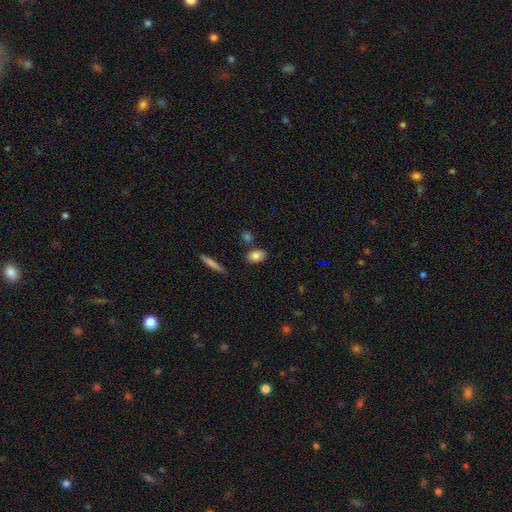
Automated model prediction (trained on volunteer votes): Smooth or featured? Predicted: smooth (p=0.81). How rounded? Predicted: in between (p=0.86). Merging? Predicted: none (p=0.78).